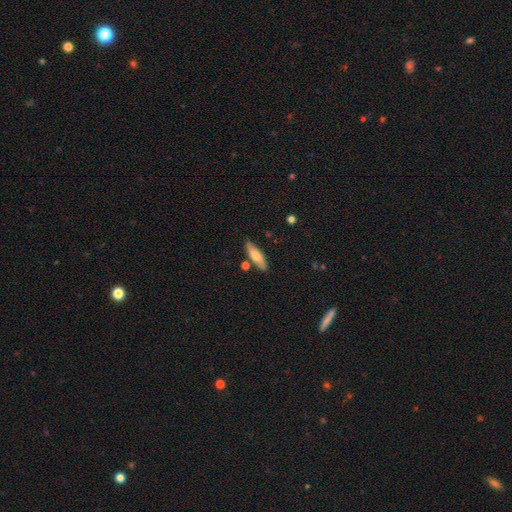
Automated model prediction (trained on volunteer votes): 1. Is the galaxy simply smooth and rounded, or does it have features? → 64% smooth, 30% featured or disk, 6% star or artifact.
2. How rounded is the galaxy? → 53% cigar-shaped, 44% in between, 2% round.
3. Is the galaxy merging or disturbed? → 80% none, 12% minor disturbance, 5% merger, 2% major disturbance.